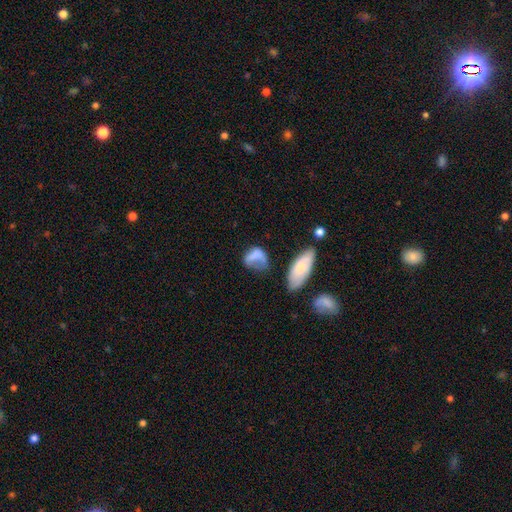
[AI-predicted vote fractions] A smooth galaxy with no disk features (70%) that is in between round and cigar-shaped (71%).

Vote fractions:
- Smooth or featured? smooth: 70% / featured or disk: 20% / star or artifact: 10%
- How rounded? in between: 71% / round: 23% / cigar-shaped: 6%
- Merging? major disturbance: 33% / none: 30% / minor disturbance: 26% / merger: 10%